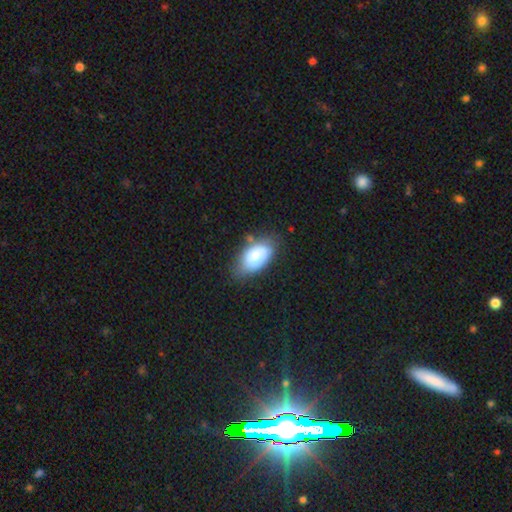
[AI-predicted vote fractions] Smooth or featured? smooth (78%)
How rounded? in between (94%)
Merging? none (61%)